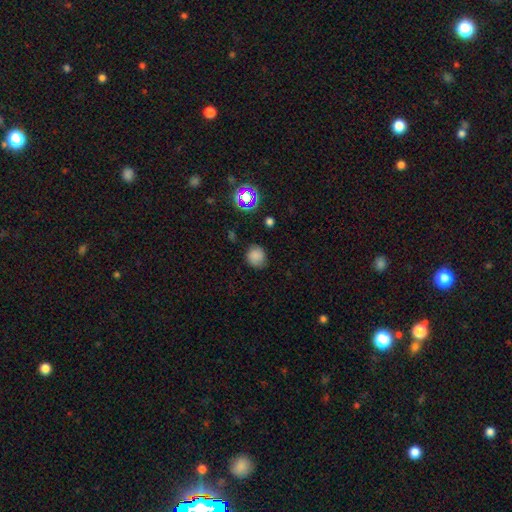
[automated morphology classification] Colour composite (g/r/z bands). It shows a smooth galaxy with no disk features (77%) that is round (83%). Merging: none (73%).